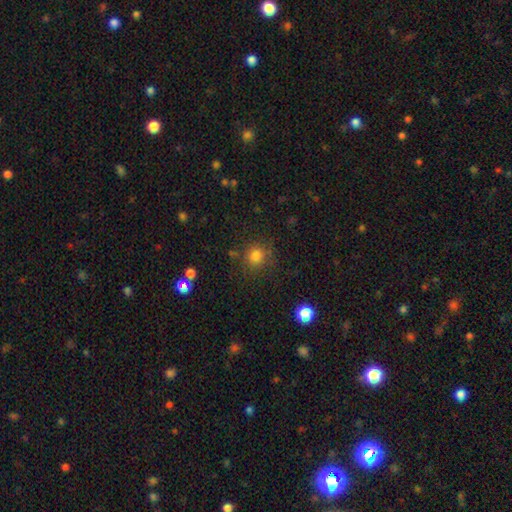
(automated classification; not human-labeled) Smooth or featured? smooth (79%)
How rounded? round (90%)
Merging? none (80%)